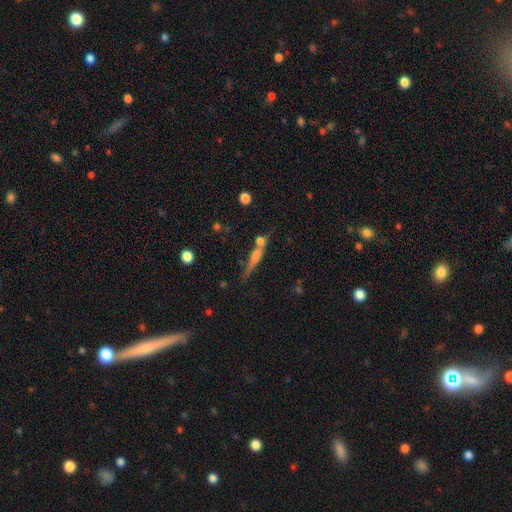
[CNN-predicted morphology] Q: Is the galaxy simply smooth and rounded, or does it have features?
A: featured or disk — 54%.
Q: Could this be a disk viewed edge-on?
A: yes — 90%.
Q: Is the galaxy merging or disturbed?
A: none — 61%.